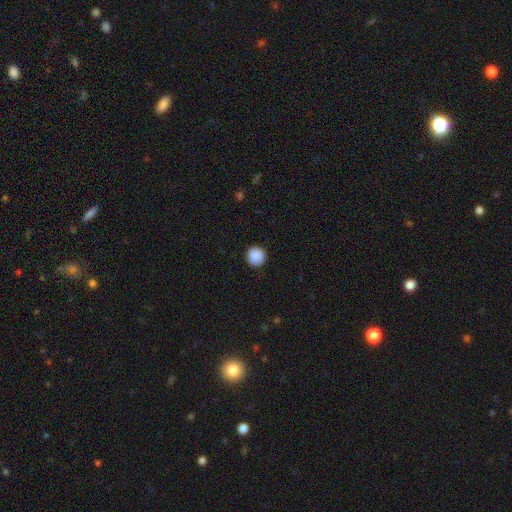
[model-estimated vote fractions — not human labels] The model was most divided on "smooth or featured": smooth: 89%, star or artifact: 8%, featured or disk: 2%. More confident: how rounded — round (95%); merging — none (92%).